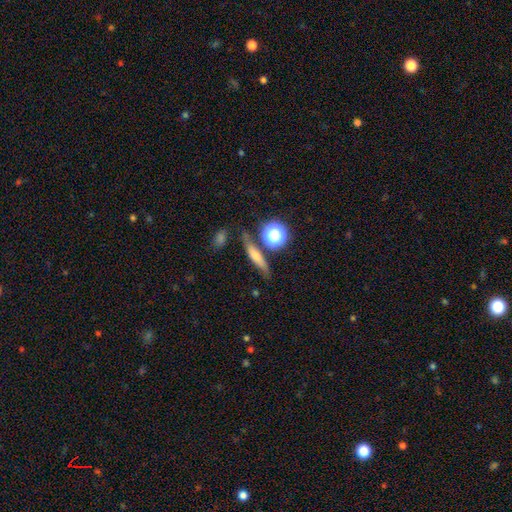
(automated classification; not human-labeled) A smooth galaxy with no disk features (43%). Merging: none (78%).